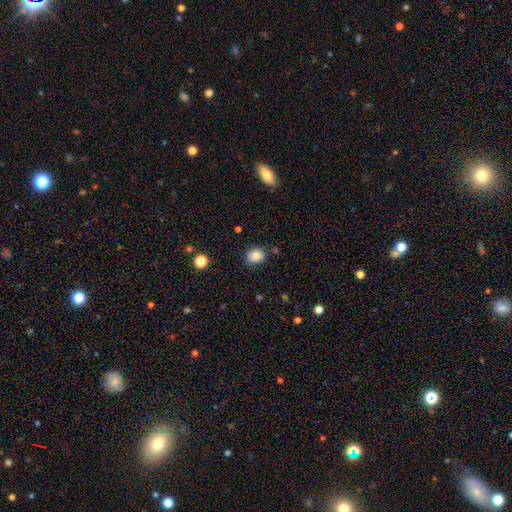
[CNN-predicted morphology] The model was most divided on "how rounded": round: 59%, in between: 40%, cigar-shaped: 1%. More confident: smooth or featured — smooth (85%); merging — none (80%).